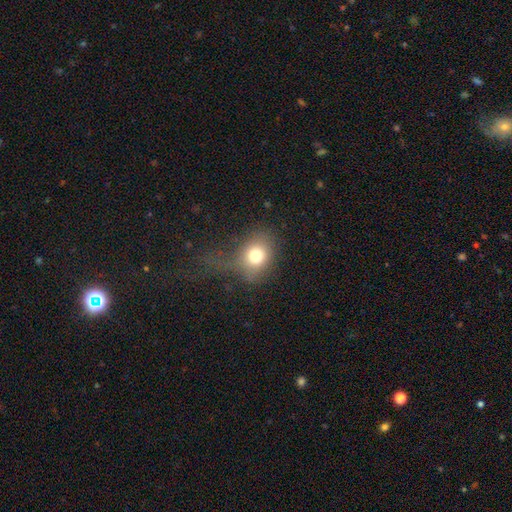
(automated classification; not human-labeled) smooth-or-featured: smooth: 76% | featured or disk: 12% | star or artifact: 12%
  how-rounded: round: 57% | in between: 42% | cigar-shaped: 1%
  merging: none: 38% | major disturbance: 34% | minor disturbance: 24% | merger: 3%